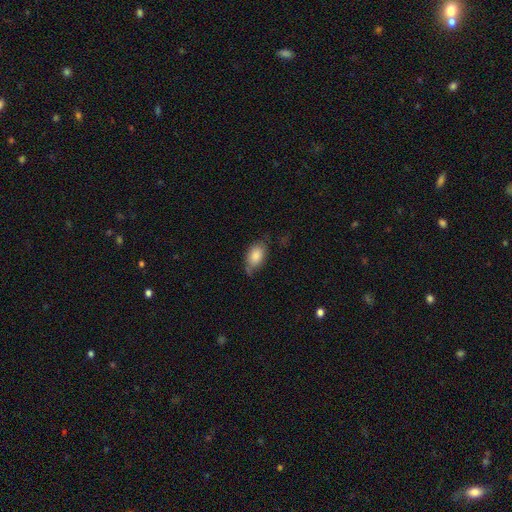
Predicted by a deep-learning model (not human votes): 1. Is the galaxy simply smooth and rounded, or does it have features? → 80% smooth, 13% featured or disk, 7% star or artifact.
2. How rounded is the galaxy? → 91% in between, 7% round, 2% cigar-shaped.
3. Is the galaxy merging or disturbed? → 54% none, 32% minor disturbance, 11% major disturbance, 3% merger.